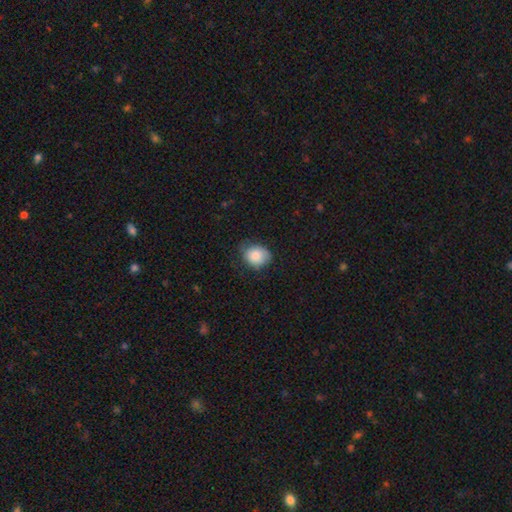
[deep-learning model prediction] The model was most divided on "how rounded": round: 56%, in between: 43%, cigar-shaped: 1%. More confident: smooth or featured — smooth (83%); merging — none (67%).